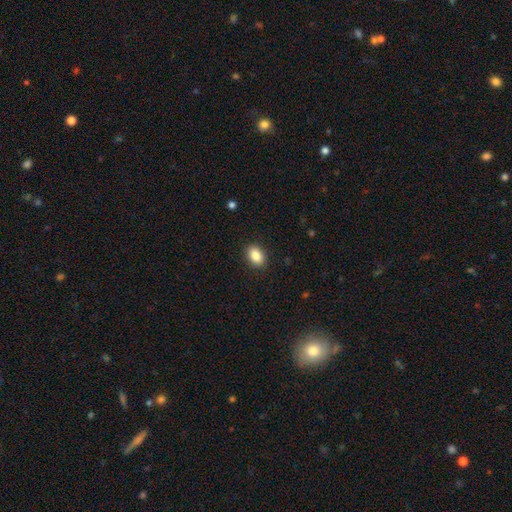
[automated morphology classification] smooth_or_featured: smooth (p=0.86) [alt: star or artifact p=0.08]
how_rounded: in between (p=0.77) [alt: round p=0.22]
merging: none (p=0.89) [alt: minor disturbance p=0.08]